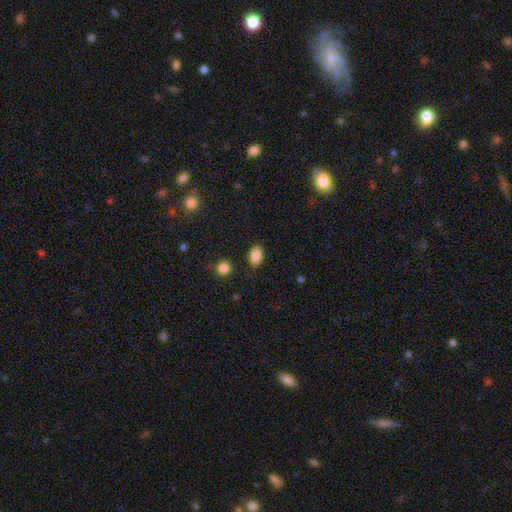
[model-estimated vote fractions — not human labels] Smooth or featured: smooth — 87% (star or artifact — 8%)
How rounded: in between — 88% (round — 10%)
Merging: none — 86% (minor disturbance — 9%)